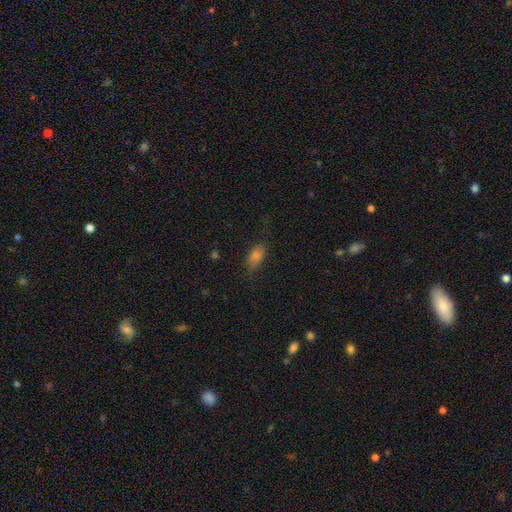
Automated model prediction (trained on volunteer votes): Smooth or featured?
  - smooth: 70% *
  - star or artifact: 16%
  - featured or disk: 15%
How rounded?
  - in between: 81% *
  - cigar-shaped: 12%
  - round: 7%
Merging?
  - none: 70% *
  - minor disturbance: 20%
  - major disturbance: 8%
  - merger: 2%